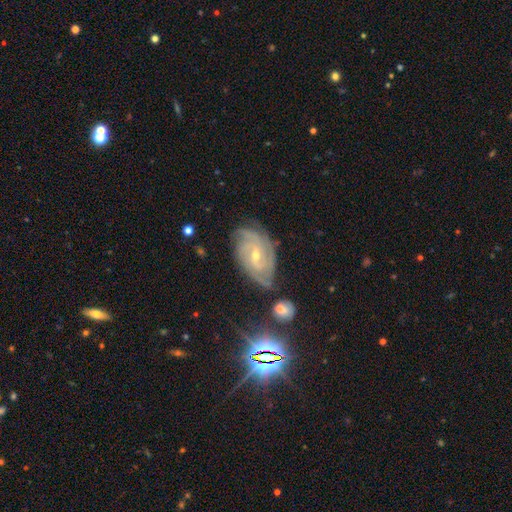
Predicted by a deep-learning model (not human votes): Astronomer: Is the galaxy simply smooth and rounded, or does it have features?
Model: featured or disk — 83%.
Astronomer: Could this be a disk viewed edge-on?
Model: no — 96%.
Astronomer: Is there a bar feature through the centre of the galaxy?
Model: weak — 48% (runner-up: no, 38%).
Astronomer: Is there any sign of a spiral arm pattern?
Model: yes — 97%.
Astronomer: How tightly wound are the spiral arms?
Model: tight — 63%.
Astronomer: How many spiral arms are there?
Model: can't tell — 27% (runner-up: 3, 25%).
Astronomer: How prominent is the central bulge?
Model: small — 61% (runner-up: moderate, 36%).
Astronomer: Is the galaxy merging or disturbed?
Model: none — 71%.